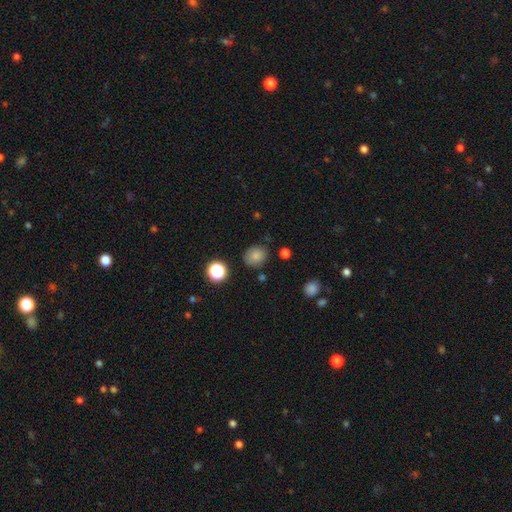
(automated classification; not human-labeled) Q: Smooth or featured?
A: smooth (81%); runner-up: star or artifact (13%)
Q: How rounded?
A: round (68%); runner-up: in between (31%)
Q: Merging?
A: none (81%); runner-up: minor disturbance (13%)